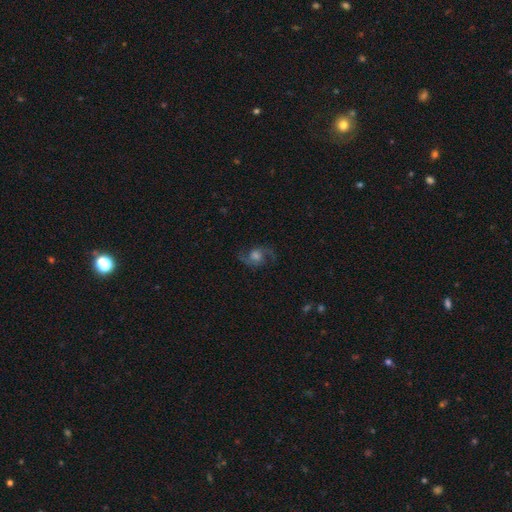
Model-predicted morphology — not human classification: smooth-or-featured: featured or disk: 77% | smooth: 13% | star or artifact: 10%
  disk-edge-on: no: 97% | yes: 3%
    bar: no: 62% | weak: 32% | strong: 6%
    has-spiral-arms: yes: 95% | no: 5%
      spiral-winding: loose: 54% | medium: 39% | tight: 7%
      spiral-arm-count: 2: 92% | can't tell: 3% | 1: 2% | 3: 1% | 4: 1% | more than 4: 1%
    bulge-size: moderate: 39% | large: 26% | small: 20% | none: 10% | dominant: 5%
  merging: none: 76% | minor disturbance: 14% | major disturbance: 9% | merger: 1%